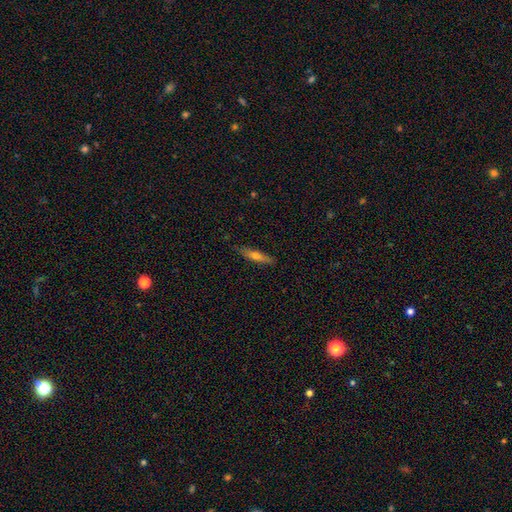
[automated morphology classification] A smooth galaxy with no disk features (54%) that is cigar-shaped (84%).

Vote fractions:
- Smooth or featured? smooth: 54% / featured or disk: 40% / star or artifact: 7%
- How rounded? cigar-shaped: 84% / in between: 14% / round: 2%
- Merging? none: 86% / minor disturbance: 11% / major disturbance: 2% / merger: 1%